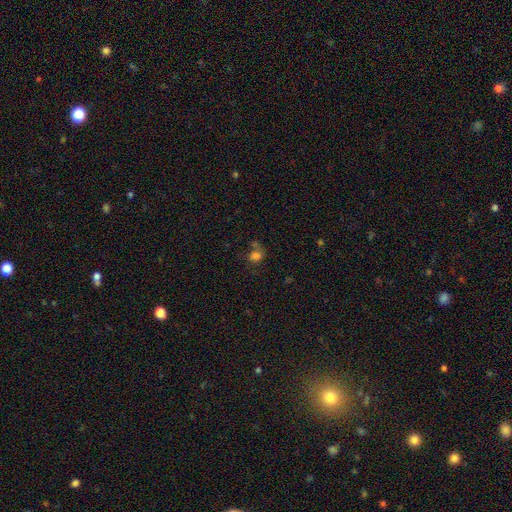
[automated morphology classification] A smooth galaxy with no disk features (75%) that is round (63%).

Vote fractions:
- Smooth or featured? smooth: 75% / star or artifact: 17% / featured or disk: 9%
- How rounded? round: 63% / in between: 36% / cigar-shaped: 1%
- Merging? none: 47% / merger: 24% / minor disturbance: 18% / major disturbance: 12%